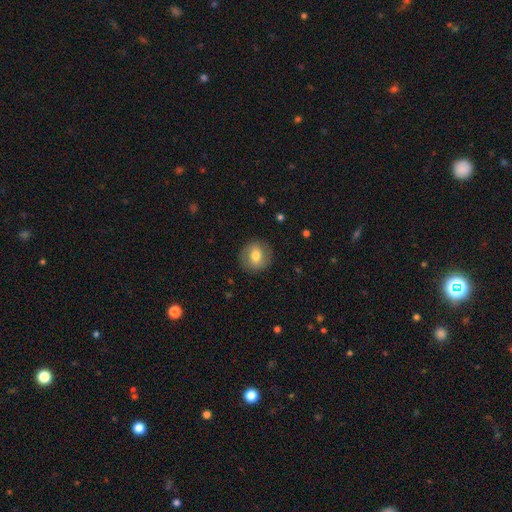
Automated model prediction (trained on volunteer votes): Morphology: type=smooth (70%); roundness=round (86%); merging=none (87%).